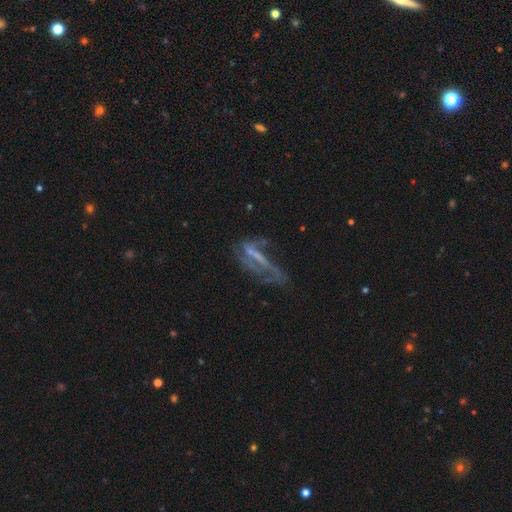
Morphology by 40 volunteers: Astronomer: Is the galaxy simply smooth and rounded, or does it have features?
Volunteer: featured or disk — 82%.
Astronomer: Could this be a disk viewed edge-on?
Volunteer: no — 82%.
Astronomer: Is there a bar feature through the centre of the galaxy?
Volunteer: strong — 67%.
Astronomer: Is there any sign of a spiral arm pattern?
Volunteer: yes — 74%.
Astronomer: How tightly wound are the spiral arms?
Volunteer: loose — 65%.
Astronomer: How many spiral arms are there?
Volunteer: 2 — 50%.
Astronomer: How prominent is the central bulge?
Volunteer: none — 63%.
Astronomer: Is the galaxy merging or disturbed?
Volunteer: major disturbance — 38% (runner-up: none, 32%).